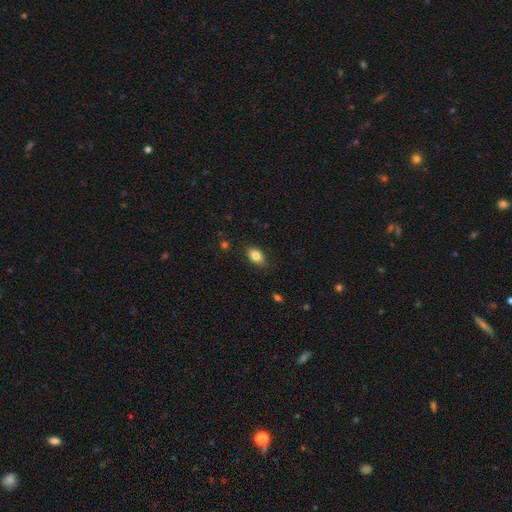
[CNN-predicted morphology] Smooth or featured? smooth (82%)
How rounded? in between (85%)
Merging? none (83%)